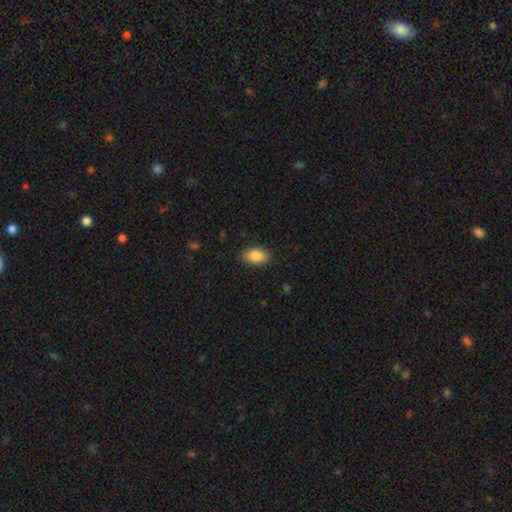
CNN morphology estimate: smooth 88%, star or artifact 7%, featured or disk 5%. Down the decision tree: how rounded — in between (92%); merging — none (88%).